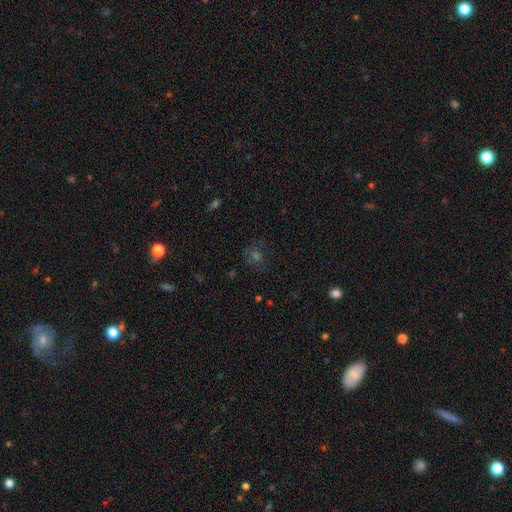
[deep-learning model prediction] Smooth or featured?
  - smooth: 41% *
  - star or artifact: 39%
  - featured or disk: 20%
Merging?
  - none: 77% *
  - minor disturbance: 13%
  - major disturbance: 8%
  - merger: 2%